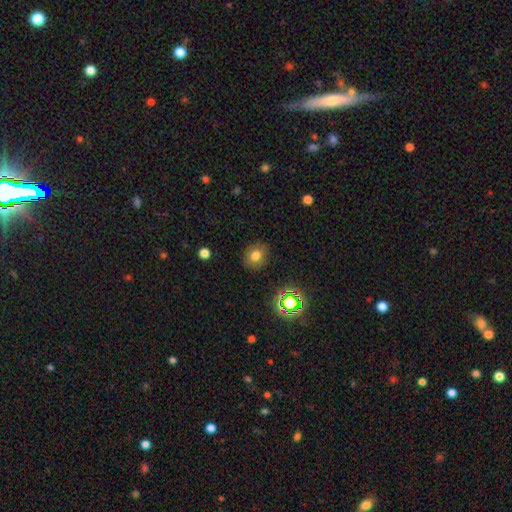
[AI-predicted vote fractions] smooth-or-featured: smooth: 74% | star or artifact: 16% | featured or disk: 10%
  how-rounded: round: 70% | in between: 29% | cigar-shaped: 1%
  merging: none: 86% | minor disturbance: 9% | major disturbance: 3% | merger: 1%